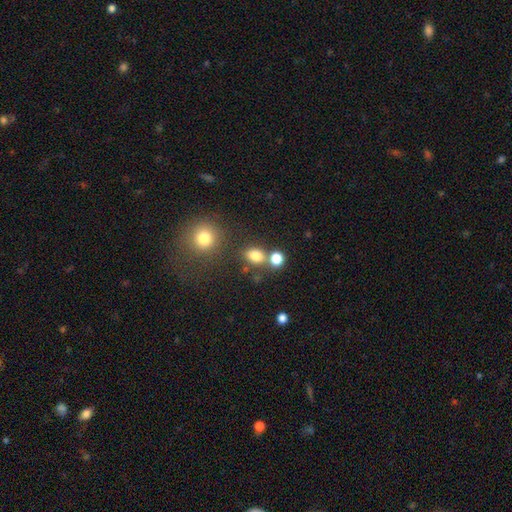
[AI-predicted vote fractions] smooth-or-featured: smooth: 79% | star or artifact: 14% | featured or disk: 7%
  how-rounded: in between: 57% | round: 41% | cigar-shaped: 1%
  merging: none: 64% | merger: 21% | minor disturbance: 11% | major disturbance: 5%